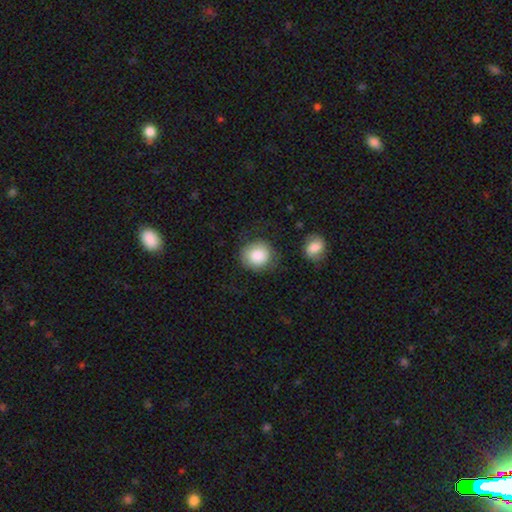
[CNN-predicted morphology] The model was most divided on "merging": none: 74%, minor disturbance: 15%, major disturbance: 7%, merger: 5%. More confident: how rounded — round (87%); smooth or featured — smooth (86%).